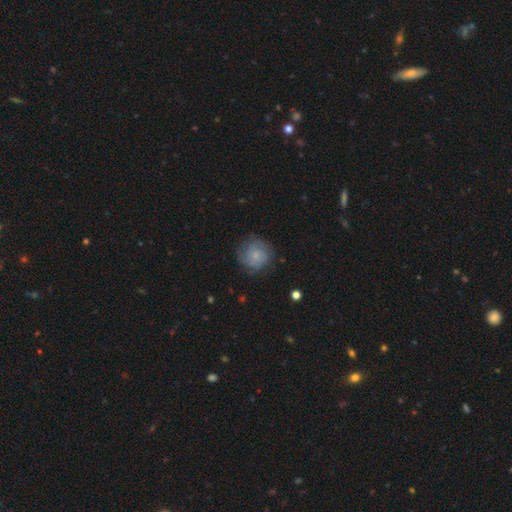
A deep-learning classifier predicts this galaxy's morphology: This is possibly a smooth galaxy (54%). How rounded: clearly round (91%). Merging: likely none (74%).